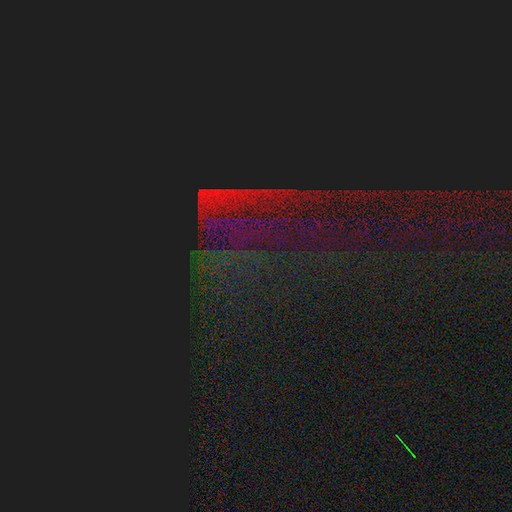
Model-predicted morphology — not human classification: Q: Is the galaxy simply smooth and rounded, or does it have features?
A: star or artifact — 84%.